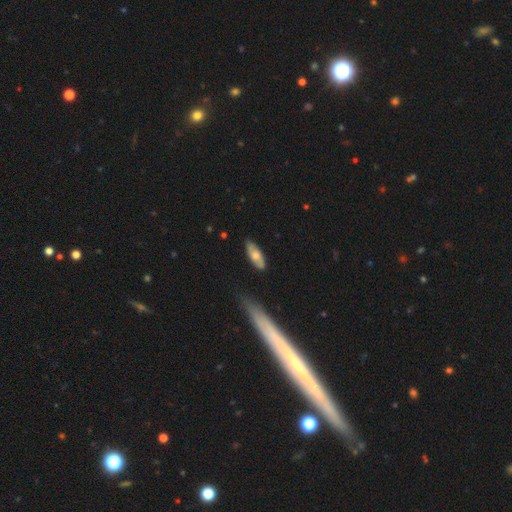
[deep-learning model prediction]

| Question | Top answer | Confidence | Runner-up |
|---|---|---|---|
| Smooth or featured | smooth | 62% | featured or disk (32%) |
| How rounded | in between | 72% | cigar-shaped (26%) |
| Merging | none | 80% | minor disturbance (15%) |